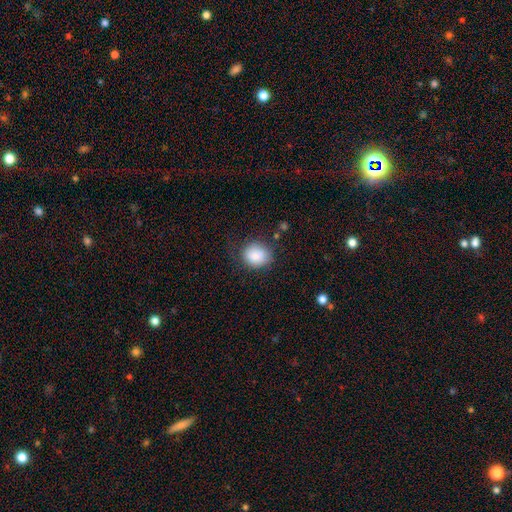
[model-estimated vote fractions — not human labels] smooth_or_featured: smooth (p=0.85) [alt: star or artifact p=0.08]
how_rounded: round (p=0.75) [alt: in between p=0.24]
merging: none (p=0.68) [alt: minor disturbance p=0.21]